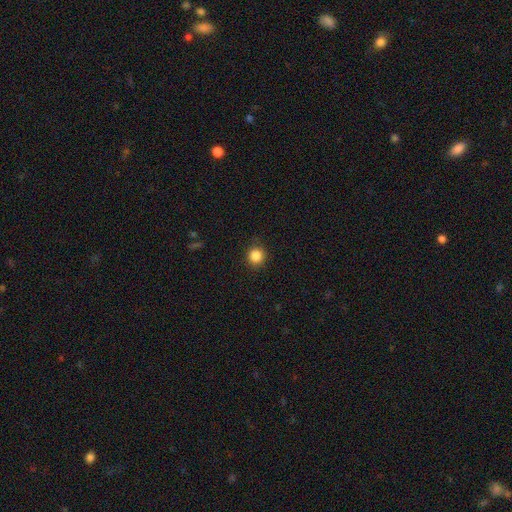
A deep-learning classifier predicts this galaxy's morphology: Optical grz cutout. It shows a smooth galaxy with no disk features (86%) that is round (92%). Merging: none (89%).